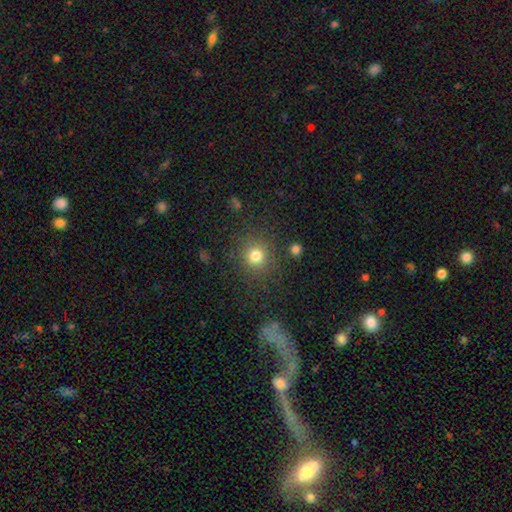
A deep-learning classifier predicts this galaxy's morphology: Smooth or featured: smooth — 78% (star or artifact — 15%)
How rounded: round — 88% (in between — 11%)
Merging: none — 84% (minor disturbance — 9%)